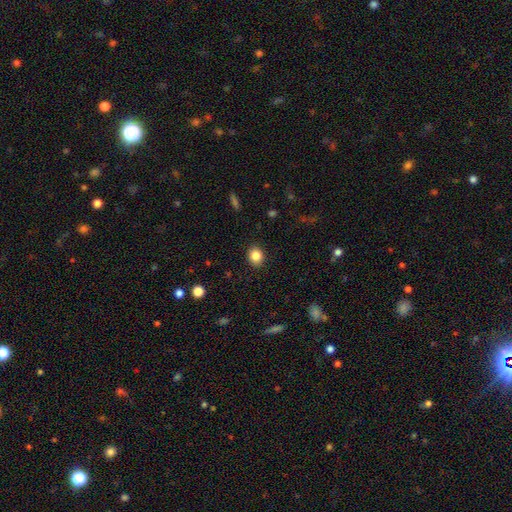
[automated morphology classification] This is clearly a smooth galaxy (85%). How rounded: possibly round (59%). Merging: clearly none (90%).